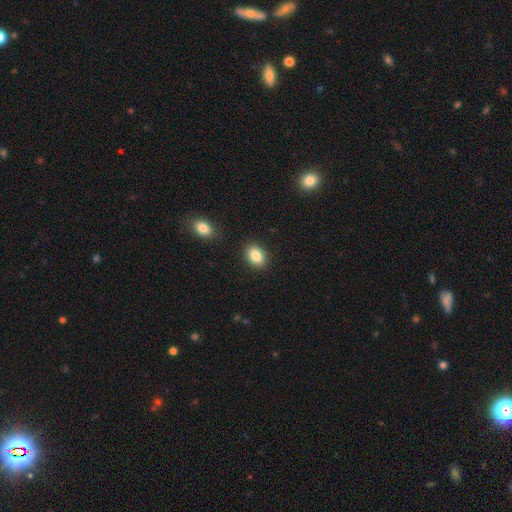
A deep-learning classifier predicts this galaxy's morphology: type=smooth (85%); roundness=in between (72%); merging=none (87%).